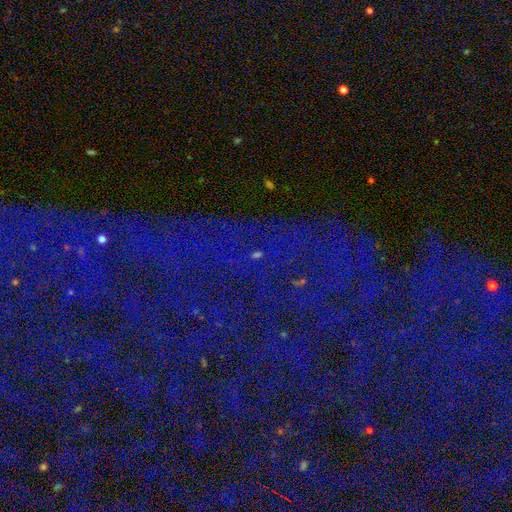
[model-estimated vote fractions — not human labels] Overall: star or artifact (79%).